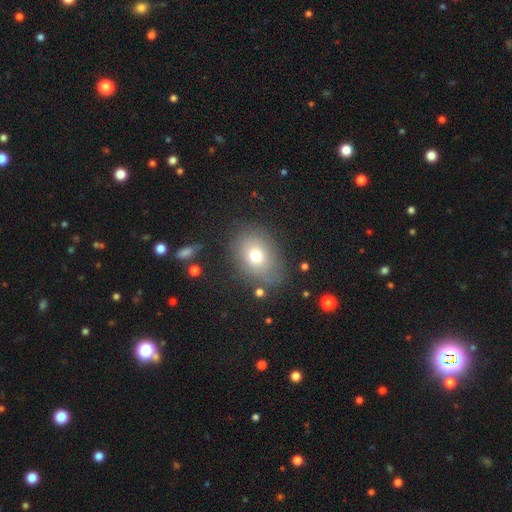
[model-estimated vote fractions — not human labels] Smooth or featured? Predicted: smooth (p=0.71). How rounded? Predicted: in between (p=0.60). Merging? Predicted: none (p=0.75).